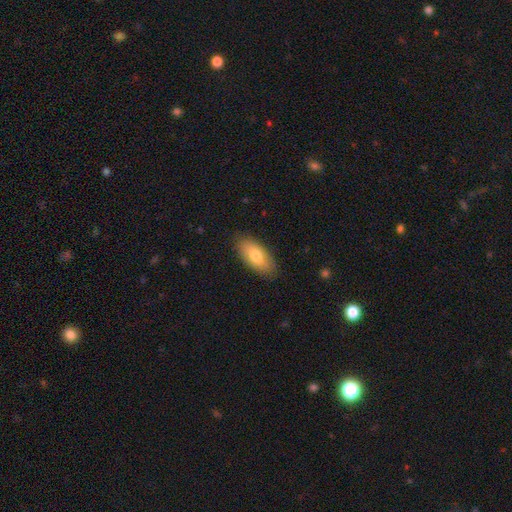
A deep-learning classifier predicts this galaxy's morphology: A smooth galaxy with no disk features (77%) that is in between round and cigar-shaped (88%). Merging: none (85%).